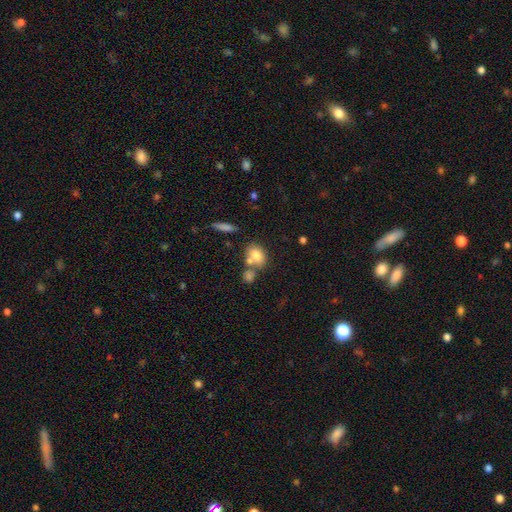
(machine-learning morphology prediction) type=smooth (77%); roundness=in between (71%); merging=none (44%).